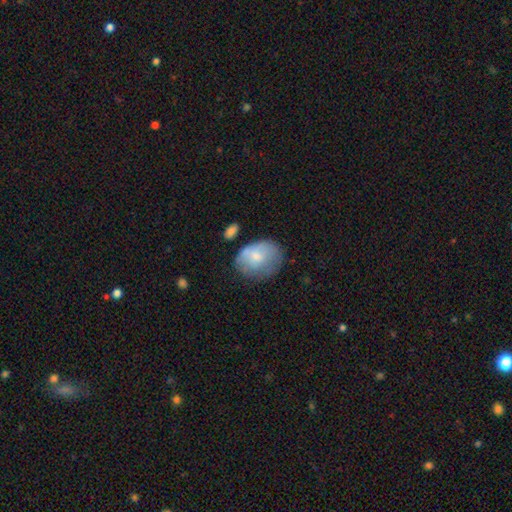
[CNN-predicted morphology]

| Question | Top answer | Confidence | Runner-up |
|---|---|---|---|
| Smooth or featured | smooth | 71% | featured or disk (22%) |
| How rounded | in between | 62% | round (37%) |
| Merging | none | 48% | minor disturbance (31%) |